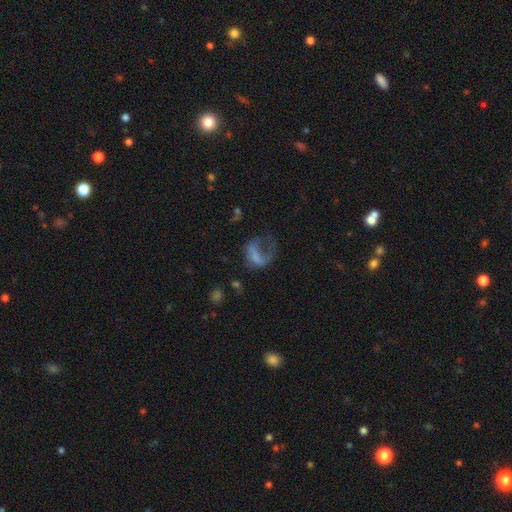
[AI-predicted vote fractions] smooth 47%, featured or disk 39%, star or artifact 14%. Down the decision tree: merging — major disturbance (59%).